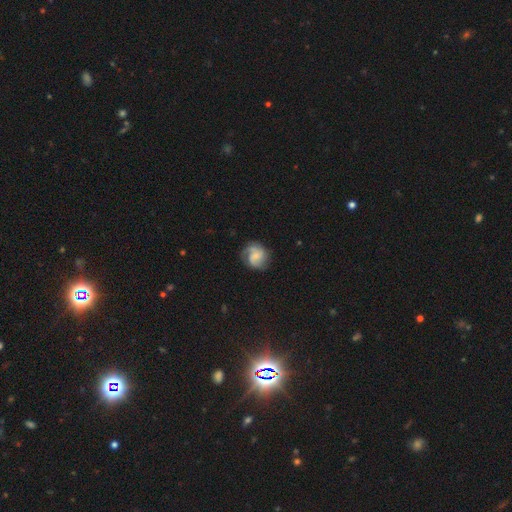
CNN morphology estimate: A featured or disk galaxy (70%) with no bar (54%), 2 (59%) medium (47%) spiral arms (95%) and a small central bulge (52%).

Vote fractions:
- Smooth or featured? featured or disk: 70% / smooth: 24% / star or artifact: 7%
- Edge-on disk? no: 98% / yes: 2%
- Bar? no: 54% / weak: 39% / strong: 7%
- Spiral arms? yes: 95% / no: 5%
- Spiral winding? medium: 47% / tight: 31% / loose: 22%
- Spiral arm count? 2: 59% / 3: 17% / can't tell: 12% / 1: 7% / 4: 3% / more than 4: 3%
- Bulge size? small: 52% / moderate: 25% / none: 19% / large: 3% / dominant: 1%
- Merging? none: 74% / minor disturbance: 17% / major disturbance: 8% / merger: 1%